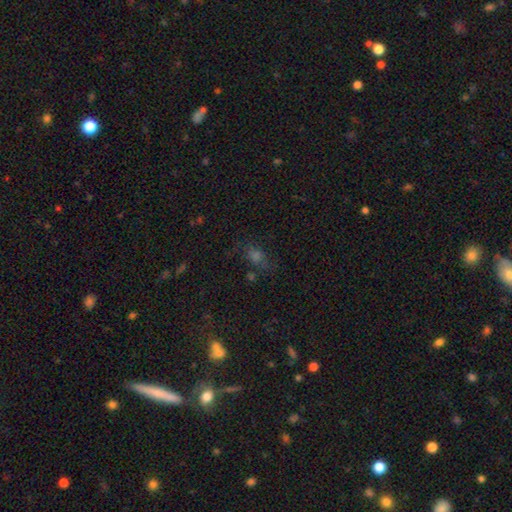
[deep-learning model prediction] smooth-or-featured: smooth: 45% | star or artifact: 40% | featured or disk: 15%
  merging: none: 64% | minor disturbance: 19% | major disturbance: 12% | merger: 6%